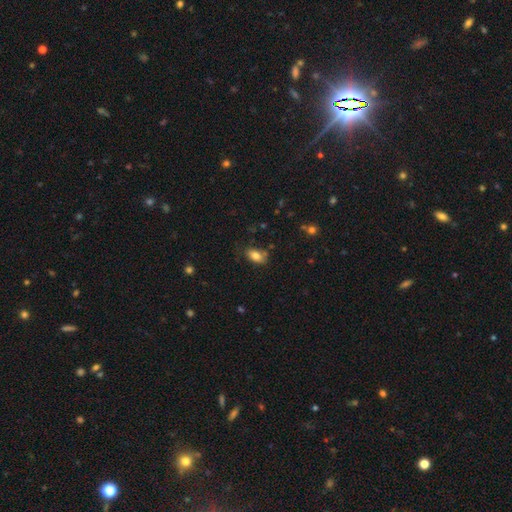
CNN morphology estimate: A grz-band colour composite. It shows a smooth galaxy with no disk features (82%) that is in between round and cigar-shaped (90%). Merging: none (71%).